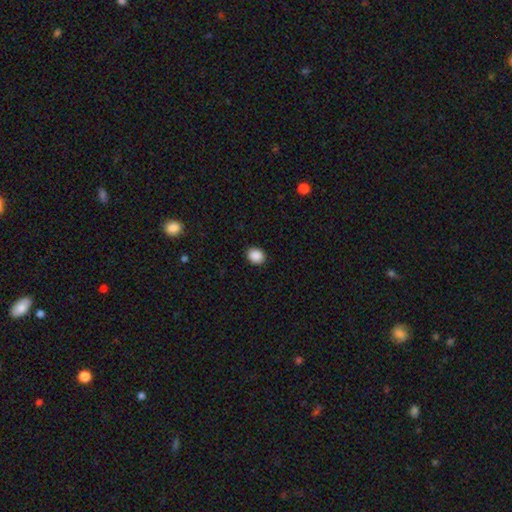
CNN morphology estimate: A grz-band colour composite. It shows a smooth galaxy with no disk features (89%) that is round (57%). Merging: none (91%).